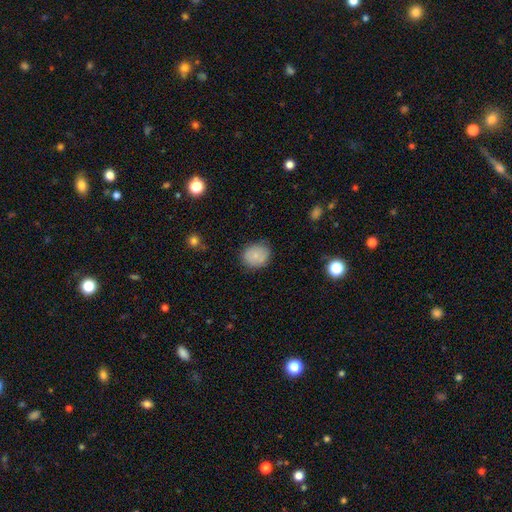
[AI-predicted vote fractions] Smooth or featured? Predicted: smooth (p=0.78). How rounded? Predicted: round (p=0.59). Merging? Predicted: none (p=0.77).